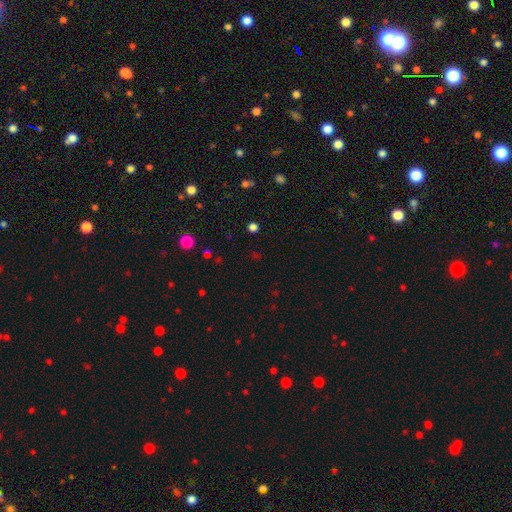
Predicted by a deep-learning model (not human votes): star or artifact 53%, smooth 40%, featured or disk 7%.